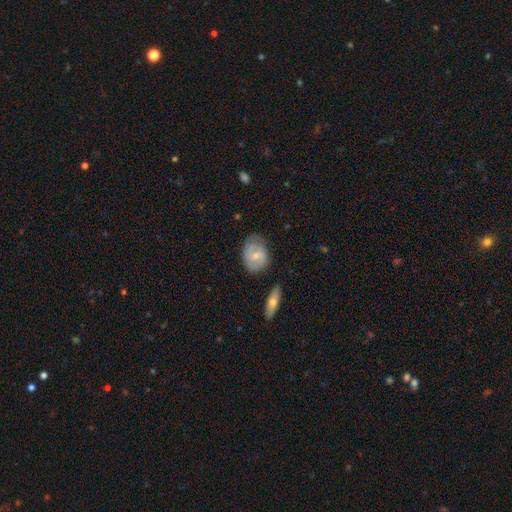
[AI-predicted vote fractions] This is possibly a featured or disk galaxy (56%). It is clearly not viewed edge-on (95%). Bar: possibly no (48%). Spiral arm pattern: clearly yes (82%). Central bulge: possibly small (55%). Merging: likely none (66%).